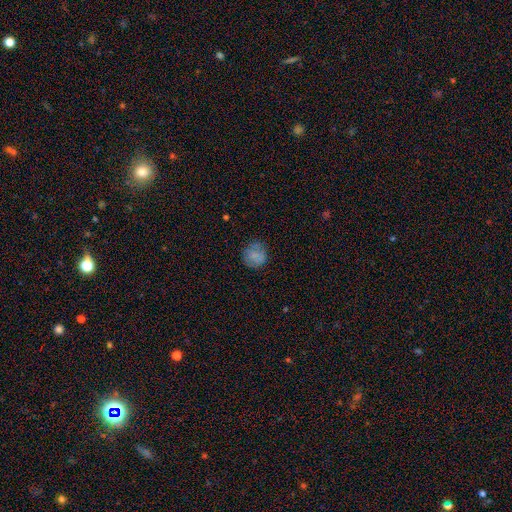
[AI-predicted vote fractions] This is likely a smooth galaxy (75%). How rounded: clearly round (87%). Merging: likely none (76%).